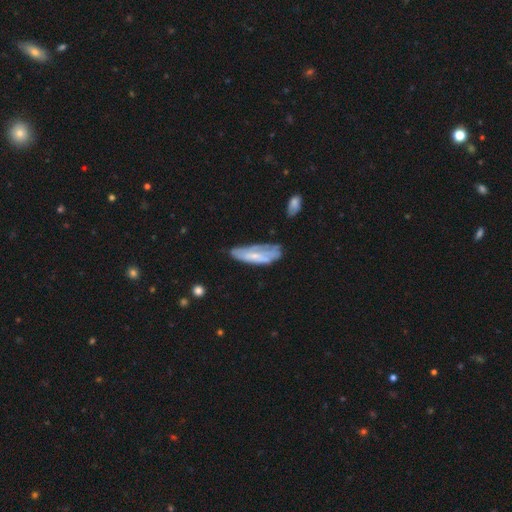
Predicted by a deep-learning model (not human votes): This is possibly a smooth galaxy (47%). Merging: marginally none (43%).